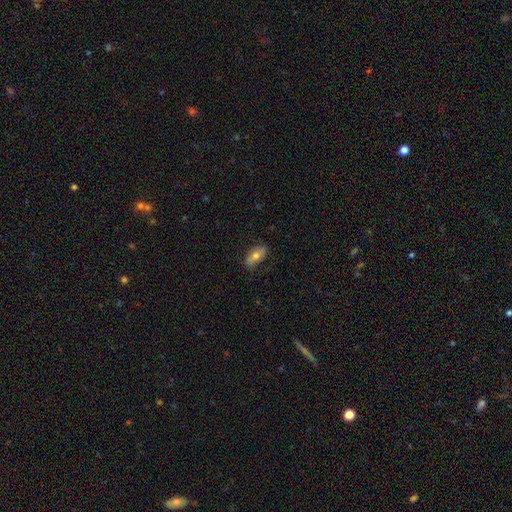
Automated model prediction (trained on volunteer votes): Smooth or featured?
  - smooth: 69% *
  - featured or disk: 24%
  - star or artifact: 7%
How rounded?
  - in between: 88% *
  - cigar-shaped: 7%
  - round: 5%
Merging?
  - none: 79% *
  - minor disturbance: 17%
  - major disturbance: 3%
  - merger: 1%